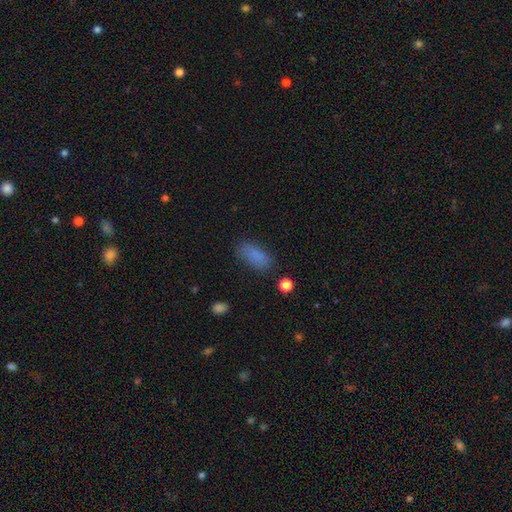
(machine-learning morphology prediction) smooth 82%, star or artifact 11%, featured or disk 7%. Down the decision tree: how rounded — in between (83%); merging — none (76%).